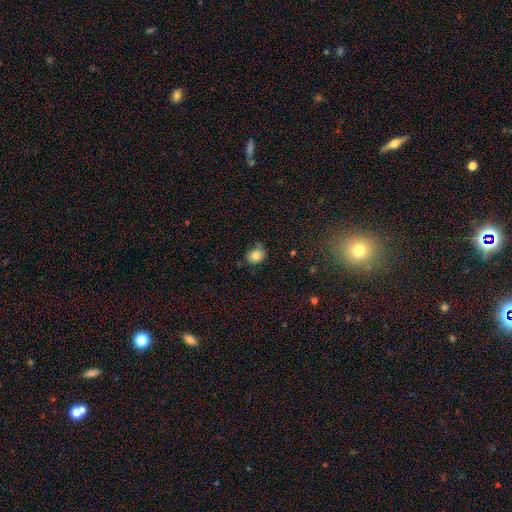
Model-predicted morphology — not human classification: Smooth or featured? Predicted: smooth (p=0.81). How rounded? Predicted: round (p=0.50). Merging? Predicted: none (p=0.70).